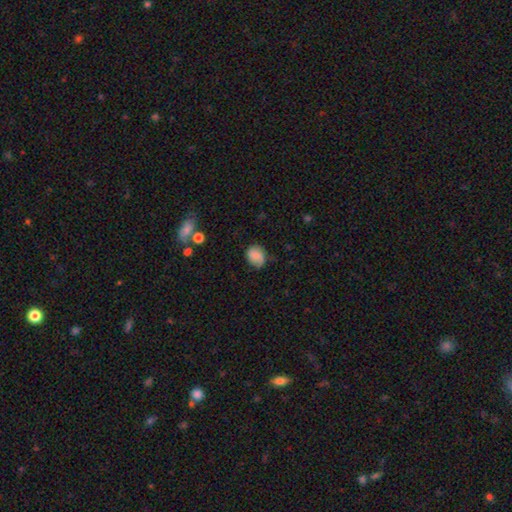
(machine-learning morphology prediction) smooth_or_featured: smooth (p=0.72) [alt: featured or disk p=0.19]
how_rounded: round (p=0.50) [alt: in between p=0.49]
merging: none (p=0.64) [alt: minor disturbance p=0.26]